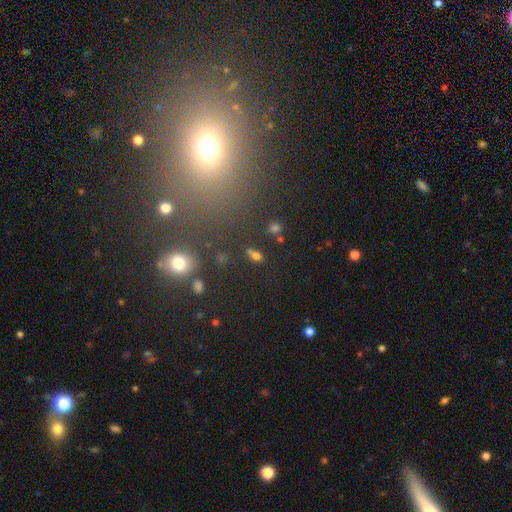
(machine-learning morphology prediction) smooth-or-featured: smooth: 74% | star or artifact: 18% | featured or disk: 9%
  how-rounded: in between: 77% | round: 19% | cigar-shaped: 4%
  merging: none: 67% | merger: 14% | minor disturbance: 13% | major disturbance: 6%